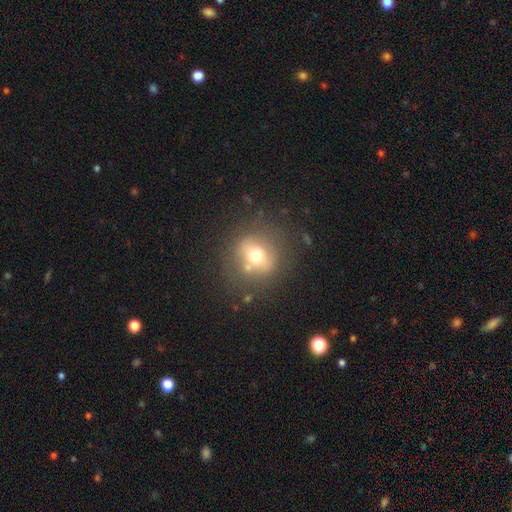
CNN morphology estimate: type=smooth (60%); roundness=round (82%); merging=none (72%).